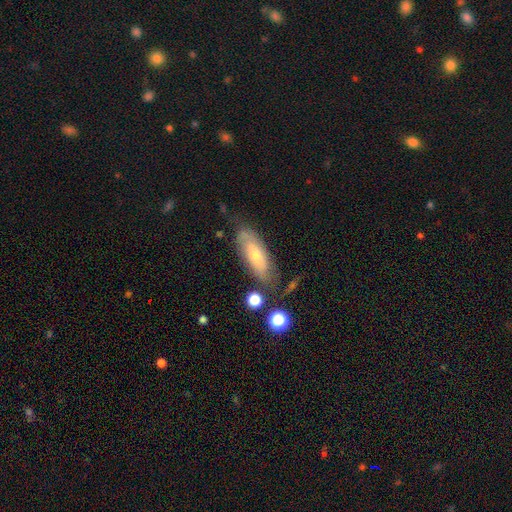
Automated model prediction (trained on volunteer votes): smooth_or_featured: smooth (p=0.54) [alt: featured or disk p=0.39]
how_rounded: in between (p=0.67) [alt: cigar-shaped p=0.30]
merging: none (p=0.65) [alt: minor disturbance p=0.23]